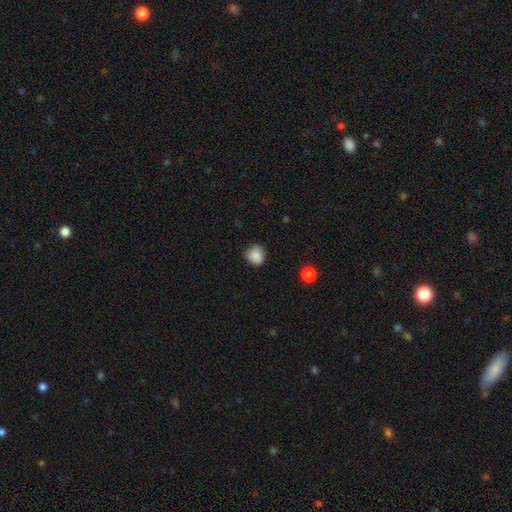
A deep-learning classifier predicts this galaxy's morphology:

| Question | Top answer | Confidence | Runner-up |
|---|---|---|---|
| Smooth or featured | smooth | 87% | star or artifact (9%) |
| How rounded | round | 82% | in between (17%) |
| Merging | none | 80% | minor disturbance (16%) |